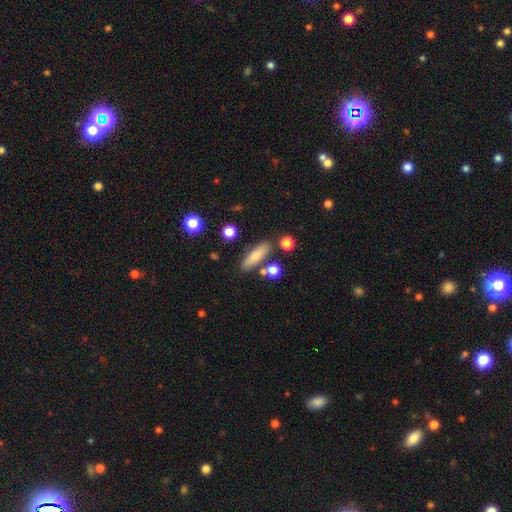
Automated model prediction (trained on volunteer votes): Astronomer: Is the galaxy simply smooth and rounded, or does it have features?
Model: smooth — 75%.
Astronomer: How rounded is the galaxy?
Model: cigar-shaped — 56% (runner-up: in between, 39%).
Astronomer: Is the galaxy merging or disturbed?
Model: none — 78%.